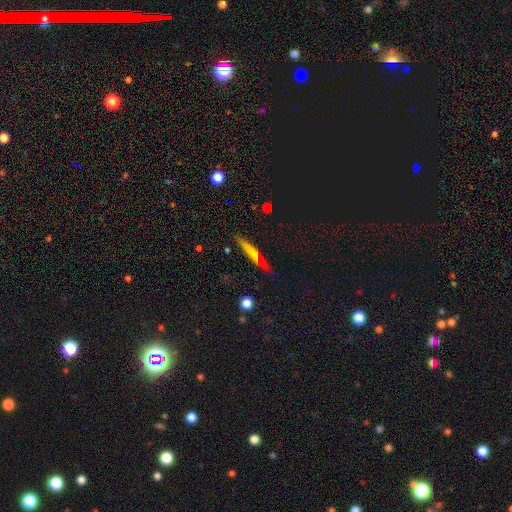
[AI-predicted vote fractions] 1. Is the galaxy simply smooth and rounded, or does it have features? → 50% smooth, 38% featured or disk, 12% star or artifact.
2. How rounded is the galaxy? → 91% cigar-shaped, 6% in between, 3% round.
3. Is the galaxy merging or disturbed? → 85% none, 11% minor disturbance, 2% major disturbance, 2% merger.